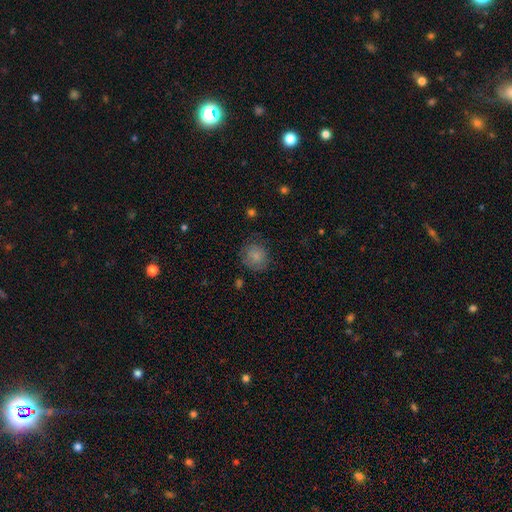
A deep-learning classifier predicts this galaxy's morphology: Smooth or featured? smooth (82%)
How rounded? round (85%)
Merging? none (75%)